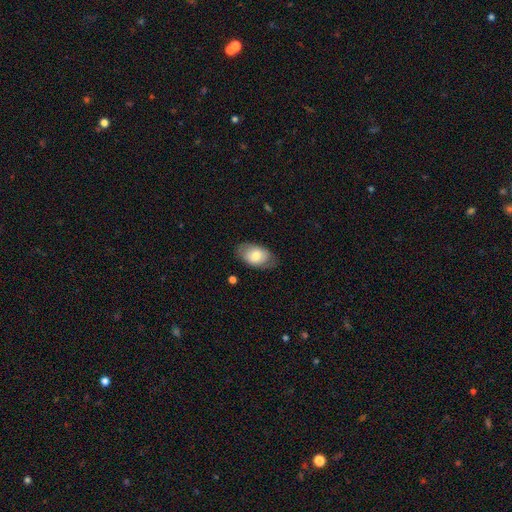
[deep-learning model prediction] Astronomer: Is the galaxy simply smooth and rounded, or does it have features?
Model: smooth — 72%.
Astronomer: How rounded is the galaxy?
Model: in between — 91%.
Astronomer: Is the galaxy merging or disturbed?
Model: none — 73%.